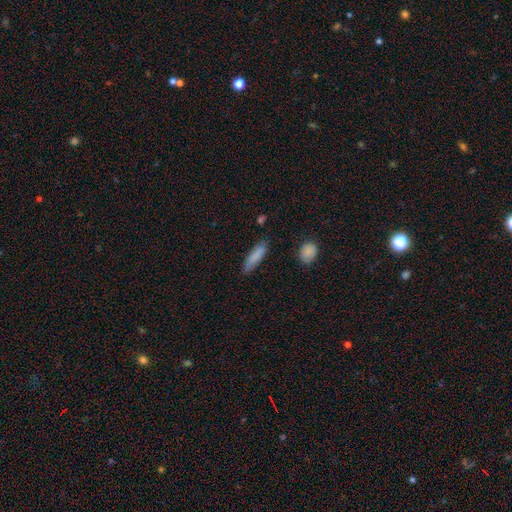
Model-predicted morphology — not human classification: Smooth or featured: smooth — 82% (featured or disk — 12%)
How rounded: cigar-shaped — 74% (in between — 24%)
Merging: none — 79% (minor disturbance — 15%)